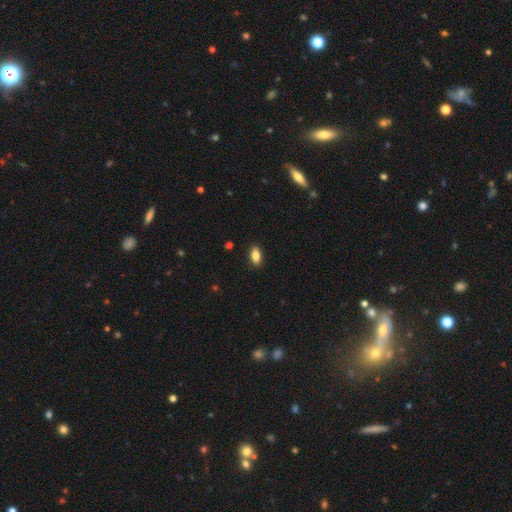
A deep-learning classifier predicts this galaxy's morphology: smooth 84%, featured or disk 8%, star or artifact 8%. Down the decision tree: how rounded — in between (89%); merging — none (89%).